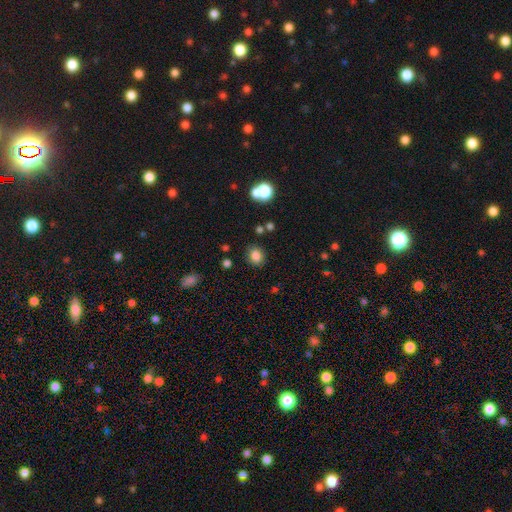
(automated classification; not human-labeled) This appears to be a smooth galaxy with no disk features (82%) that is round (67%). Merging: none (84%).